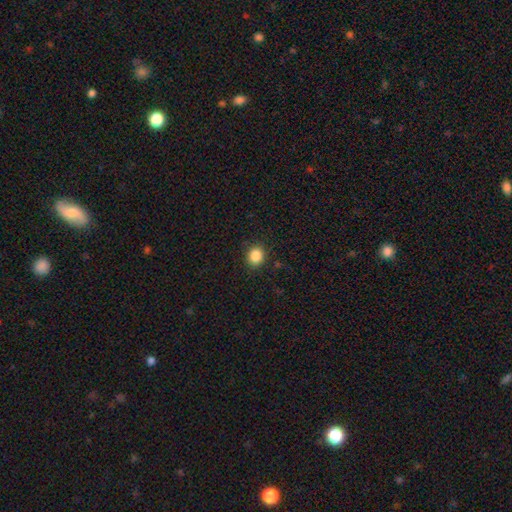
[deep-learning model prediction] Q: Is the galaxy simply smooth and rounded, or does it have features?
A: smooth — 86%.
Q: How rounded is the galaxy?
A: round — 71%.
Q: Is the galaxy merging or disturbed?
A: none — 89%.